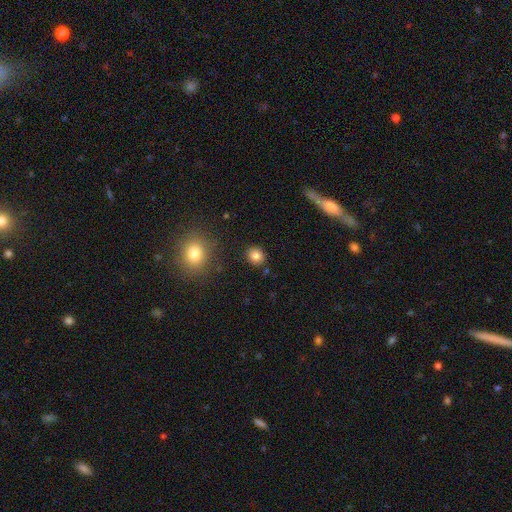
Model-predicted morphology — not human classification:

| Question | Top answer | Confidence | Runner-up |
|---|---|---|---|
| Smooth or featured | smooth | 83% | star or artifact (11%) |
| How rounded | round | 82% | in between (17%) |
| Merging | none | 89% | minor disturbance (7%) |